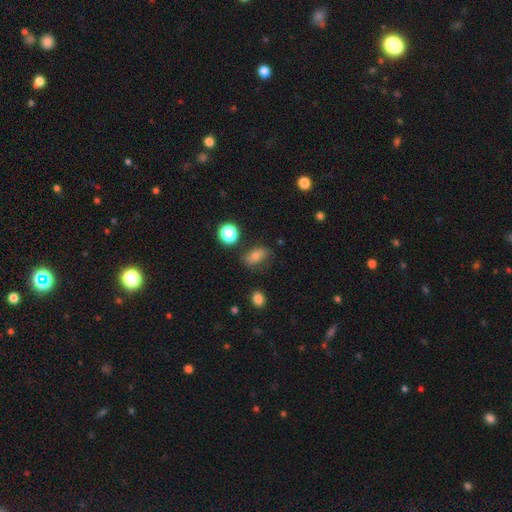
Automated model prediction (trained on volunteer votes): This is likely a smooth galaxy (72%). How rounded: likely in between (79%). Merging: likely none (74%).